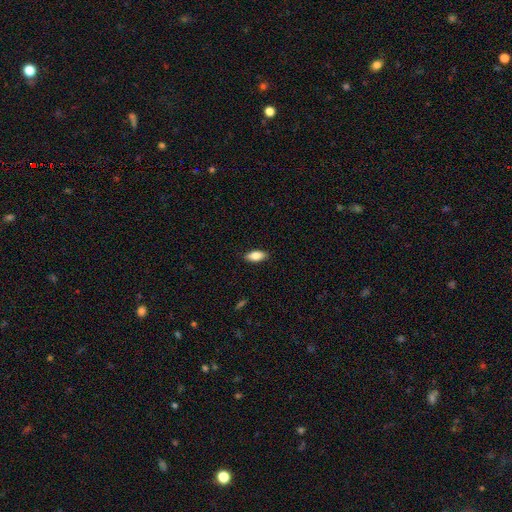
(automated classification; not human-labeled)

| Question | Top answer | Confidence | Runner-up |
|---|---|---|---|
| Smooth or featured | smooth | 81% | featured or disk (12%) |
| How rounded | in between | 84% | cigar-shaped (13%) |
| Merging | none | 88% | minor disturbance (9%) |